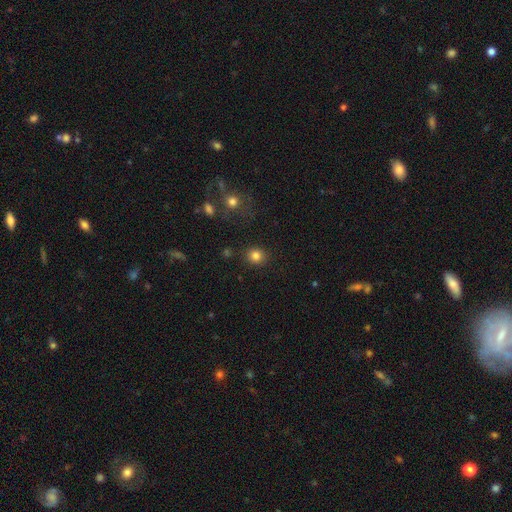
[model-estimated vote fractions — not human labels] Smooth or featured?
  - smooth: 83% *
  - star or artifact: 12%
  - featured or disk: 5%
How rounded?
  - round: 85% *
  - in between: 15%
  - cigar-shaped: 1%
Merging?
  - none: 88% *
  - minor disturbance: 7%
  - major disturbance: 3%
  - merger: 2%